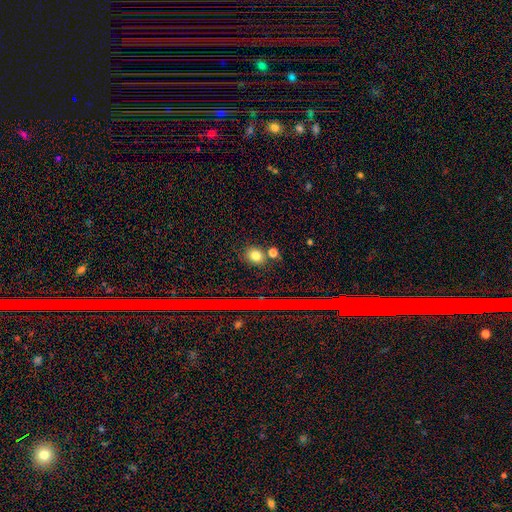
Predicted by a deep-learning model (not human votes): A smooth galaxy with no disk features (78%) that is round (74%).

Vote fractions:
- Smooth or featured? smooth: 78% / star or artifact: 13% / featured or disk: 8%
- How rounded? round: 74% / in between: 24% / cigar-shaped: 2%
- Merging? none: 81% / minor disturbance: 9% / merger: 7% / major disturbance: 3%